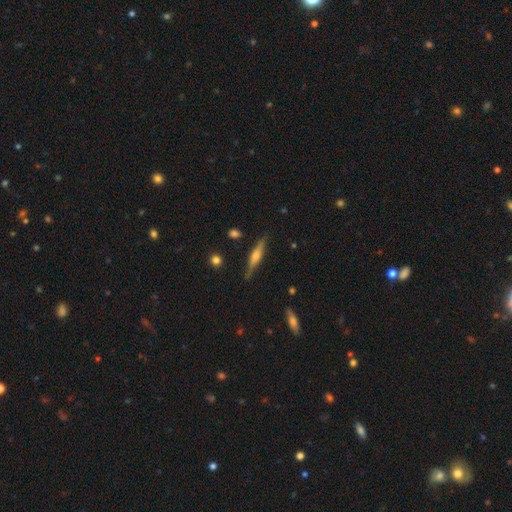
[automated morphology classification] Q: Smooth or featured?
A: featured or disk (62%); runner-up: smooth (32%)
Q: Edge-on disk?
A: yes (96%); runner-up: no (4%)
Q: Edge-on bulge?
A: rounded (70%); runner-up: boxy (19%)
Q: Merging?
A: none (85%); runner-up: minor disturbance (11%)